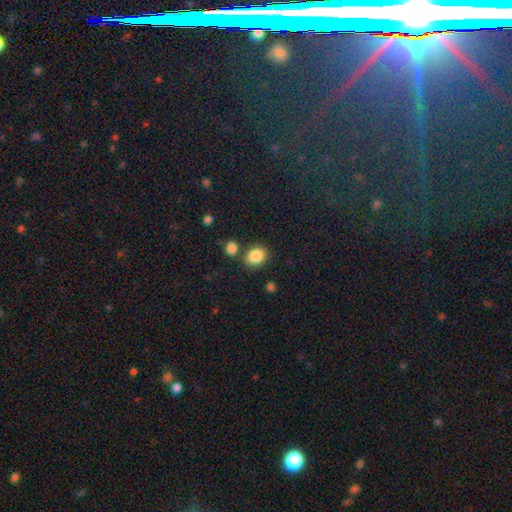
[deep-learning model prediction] Overall: smooth (87%). How rounded: in between (57%; round 42%). Merging: none (74%).